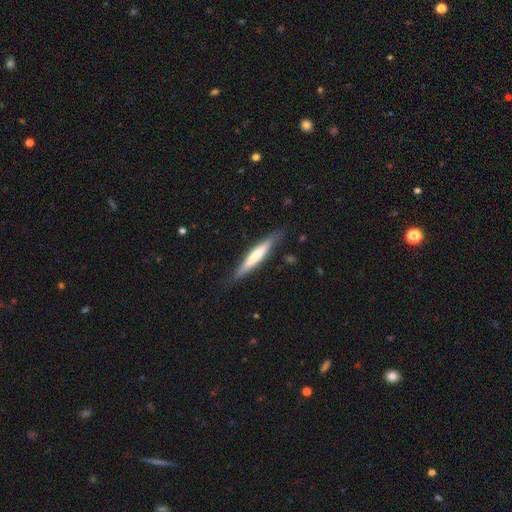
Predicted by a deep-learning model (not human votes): Smooth or featured? smooth (56%)
How rounded? cigar-shaped (91%)
Merging? none (81%)